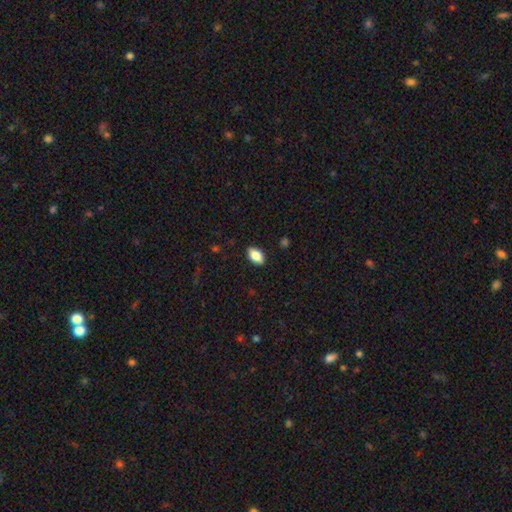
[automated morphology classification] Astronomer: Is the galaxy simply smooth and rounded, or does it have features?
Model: smooth — 81%.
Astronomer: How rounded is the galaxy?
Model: in between — 91%.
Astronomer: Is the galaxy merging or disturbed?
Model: none — 88%.